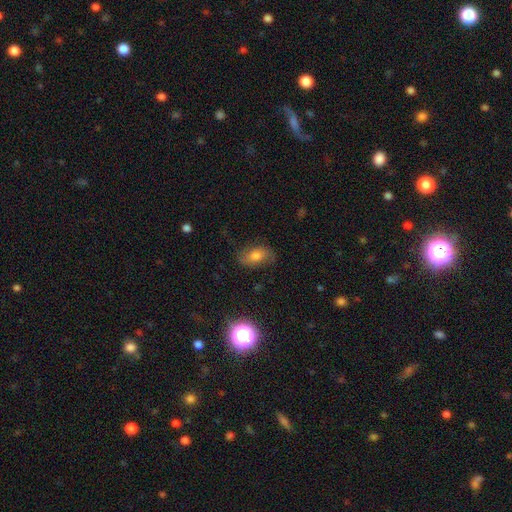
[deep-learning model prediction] Smooth or featured? smooth (58%)
How rounded? in between (86%)
Merging? none (74%)